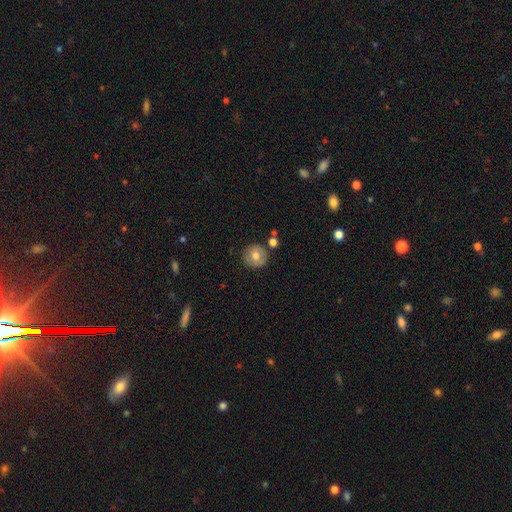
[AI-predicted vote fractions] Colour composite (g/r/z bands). It shows a smooth galaxy with no disk features (69%) that is round (92%). Merging: none (81%).